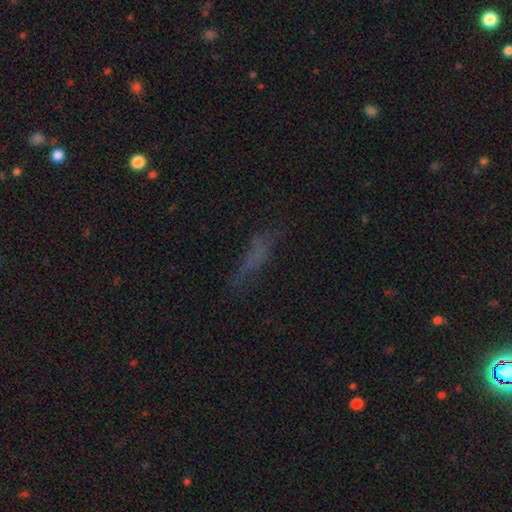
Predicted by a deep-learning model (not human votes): Q: Smooth or featured?
A: smooth (52%); runner-up: featured or disk (26%)
Q: How rounded?
A: cigar-shaped (67%); runner-up: in between (29%)
Q: Merging?
A: none (54%); runner-up: minor disturbance (23%)